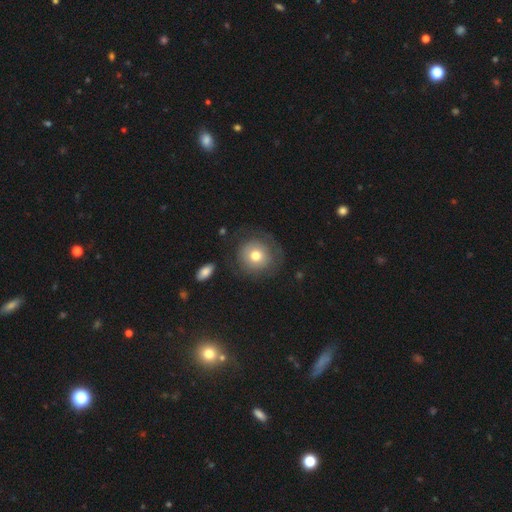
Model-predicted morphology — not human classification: smooth-or-featured: smooth: 62% | featured or disk: 30% | star or artifact: 8%
  how-rounded: round: 90% | in between: 9% | cigar-shaped: 1%
  merging: none: 71% | minor disturbance: 16% | major disturbance: 11% | merger: 2%